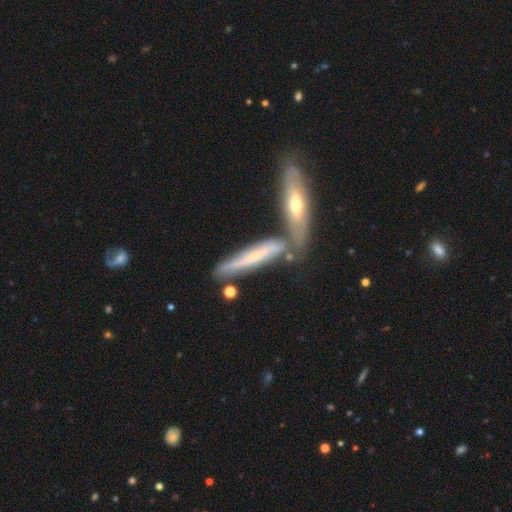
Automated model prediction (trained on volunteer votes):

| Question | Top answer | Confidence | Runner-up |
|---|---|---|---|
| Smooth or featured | featured or disk | 58% | smooth (35%) |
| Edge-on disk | yes | 75% | no (25%) |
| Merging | none | 60% | merger (24%) |